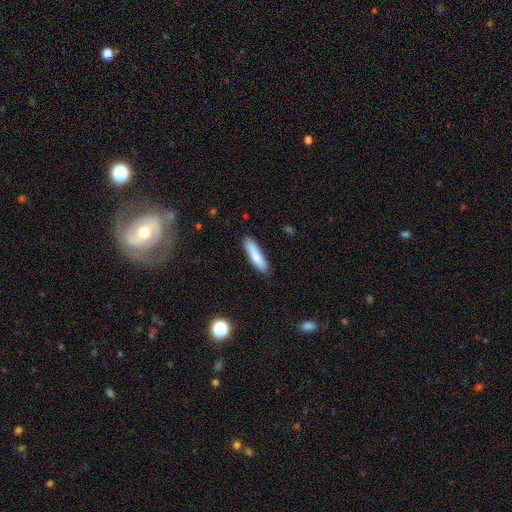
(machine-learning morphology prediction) This is clearly a smooth galaxy (84%). How rounded: likely cigar-shaped (77%). Merging: clearly none (88%).